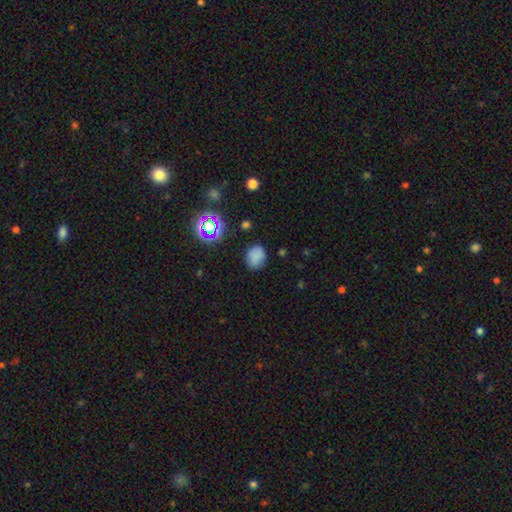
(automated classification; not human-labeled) smooth_or_featured: smooth (p=0.76) [alt: star or artifact p=0.17]
how_rounded: round (p=0.60) [alt: in between p=0.39]
merging: none (p=0.78) [alt: minor disturbance p=0.15]